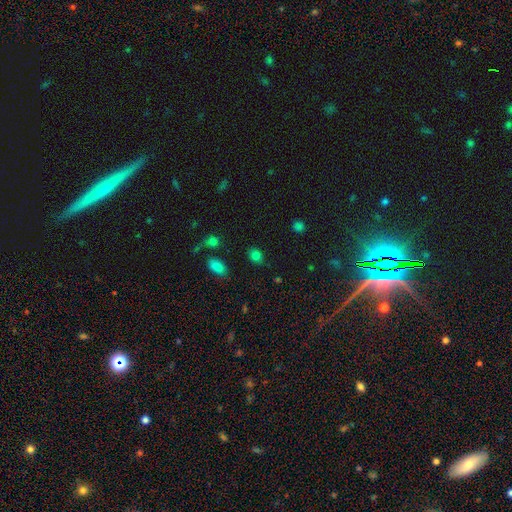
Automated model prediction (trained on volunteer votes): Overall: smooth (81%). How rounded: in between (61%; round 38%). Merging: none (81%).